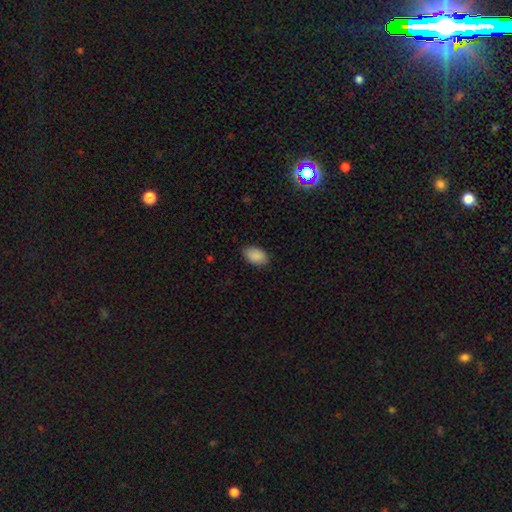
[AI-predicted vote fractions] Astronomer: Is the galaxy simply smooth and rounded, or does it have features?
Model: smooth — 89%.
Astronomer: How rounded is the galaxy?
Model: in between — 91%.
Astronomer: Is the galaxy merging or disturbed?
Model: none — 84%.